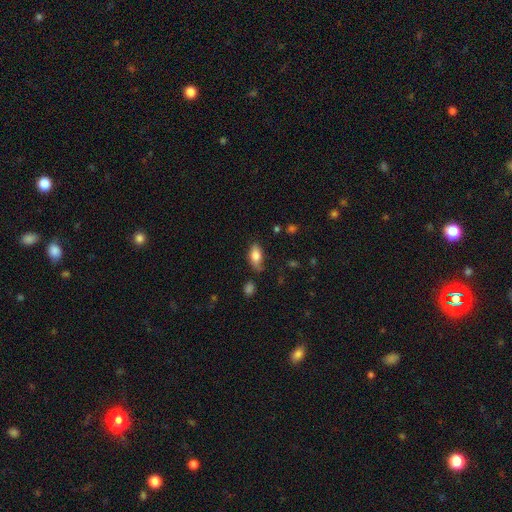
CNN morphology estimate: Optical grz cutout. It shows a smooth galaxy with no disk features (79%) that is in between round and cigar-shaped (89%). Merging: none (61%).